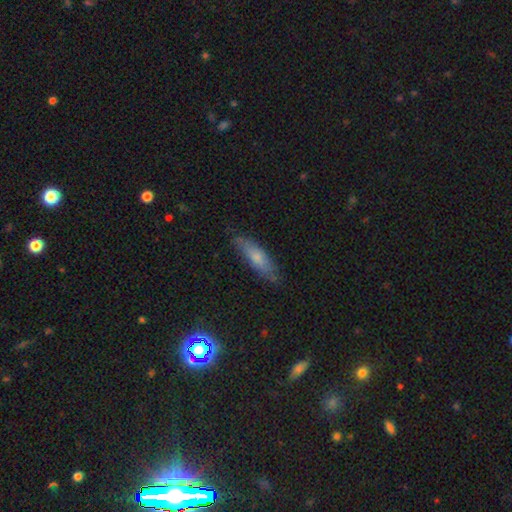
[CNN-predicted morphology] smooth-or-featured: smooth: 53% | featured or disk: 34% | star or artifact: 13%
  how-rounded: cigar-shaped: 69% | in between: 28% | round: 3%
  merging: none: 82% | minor disturbance: 14% | major disturbance: 3% | merger: 1%